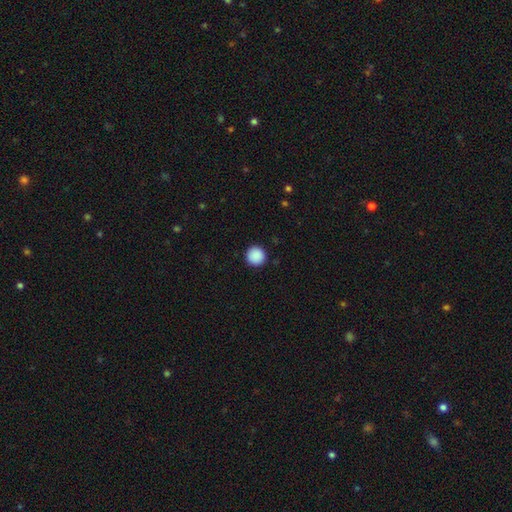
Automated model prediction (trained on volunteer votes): This appears to be a smooth galaxy with no disk features (89%) that is round (96%). Merging: none (92%).